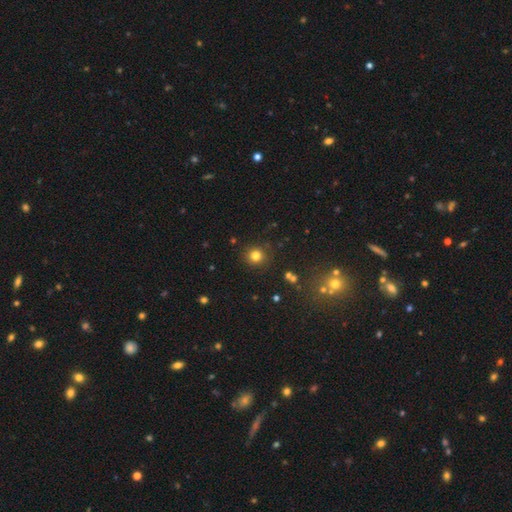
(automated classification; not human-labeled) Overall: smooth (79%). How rounded: round (93%). Merging: none (88%).